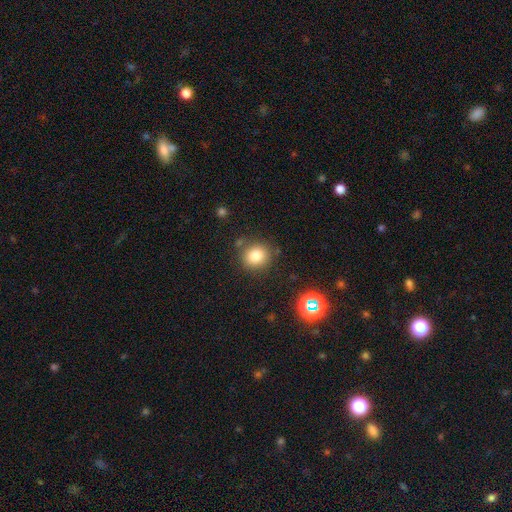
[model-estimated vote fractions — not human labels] smooth 81%, star or artifact 12%, featured or disk 7%. Down the decision tree: how rounded — round (84%); merging — none (82%).